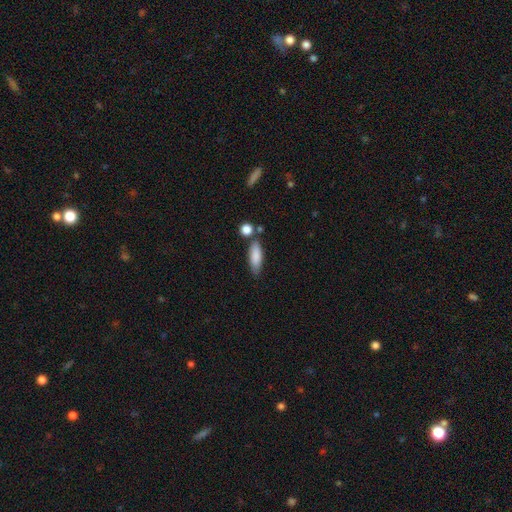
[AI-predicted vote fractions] smooth 85%, featured or disk 9%, star or artifact 6%. Down the decision tree: how rounded — in between (60%); merging — none (69%).